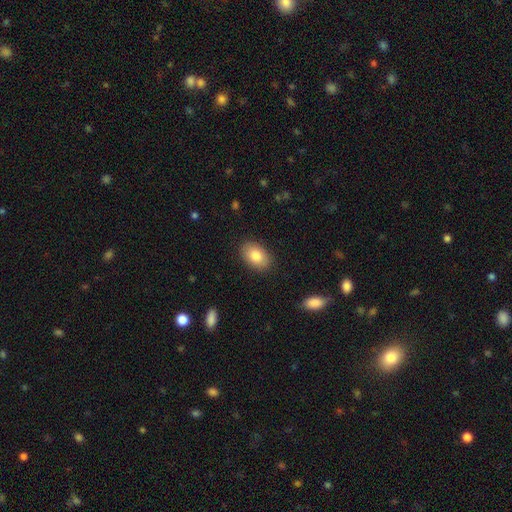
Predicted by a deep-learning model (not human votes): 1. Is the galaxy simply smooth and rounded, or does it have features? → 83% smooth, 10% featured or disk, 7% star or artifact.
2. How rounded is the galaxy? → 87% in between, 11% round, 1% cigar-shaped.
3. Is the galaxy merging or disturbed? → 87% none, 9% minor disturbance, 2% major disturbance, 1% merger.